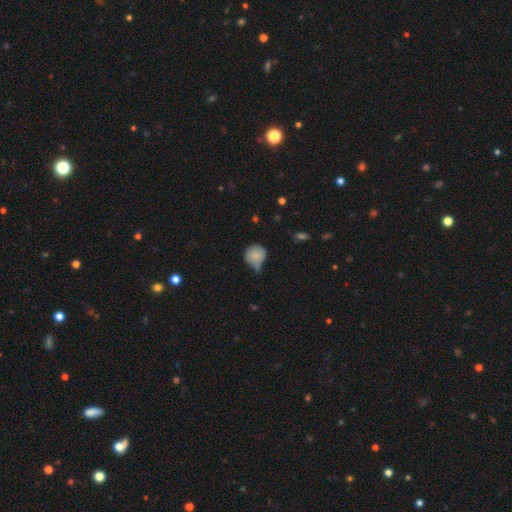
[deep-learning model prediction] This is clearly a smooth galaxy (82%). How rounded: clearly round (84%). Merging: marginally none (38%, tied with minor disturbance).